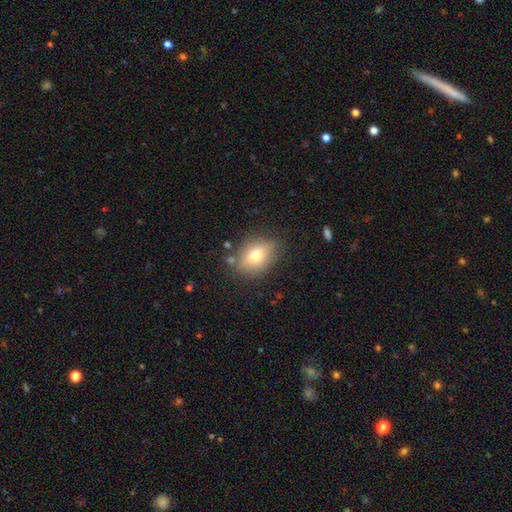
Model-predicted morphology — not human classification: Smooth or featured: smooth — 72% (featured or disk — 18%)
How rounded: in between — 71% (round — 27%)
Merging: none — 77% (minor disturbance — 15%)